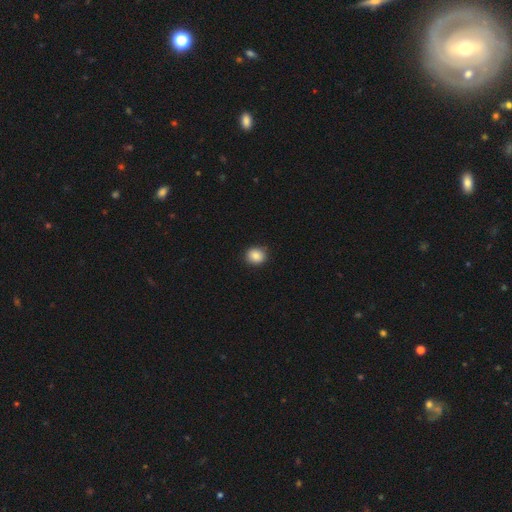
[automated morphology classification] Overall: smooth (87%). How rounded: round (79%). Merging: none (89%).